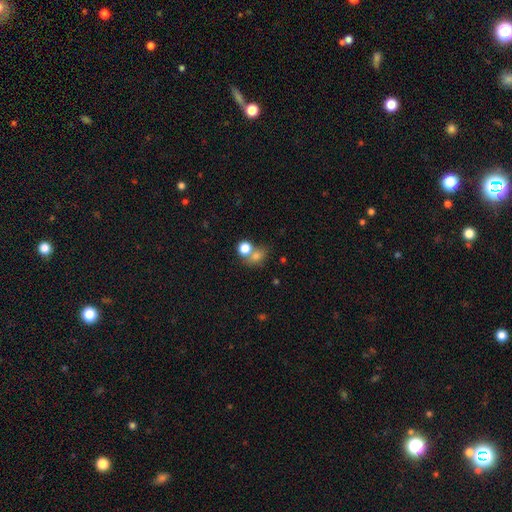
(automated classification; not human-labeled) A smooth galaxy with no disk features (75%) that is round (61%). Merging: none (43%).